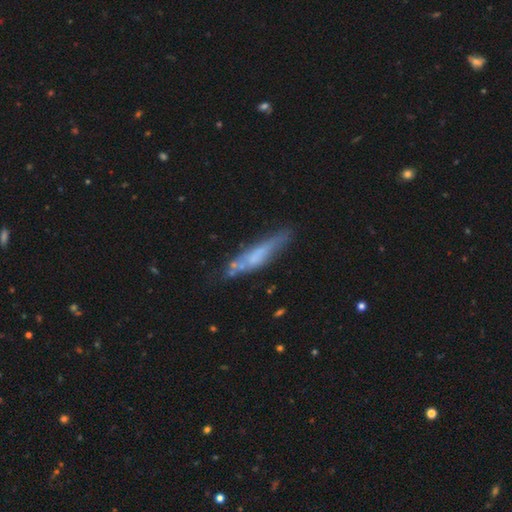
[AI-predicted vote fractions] This appears to be a featured or disk galaxy (47%). Merging: none (64%).